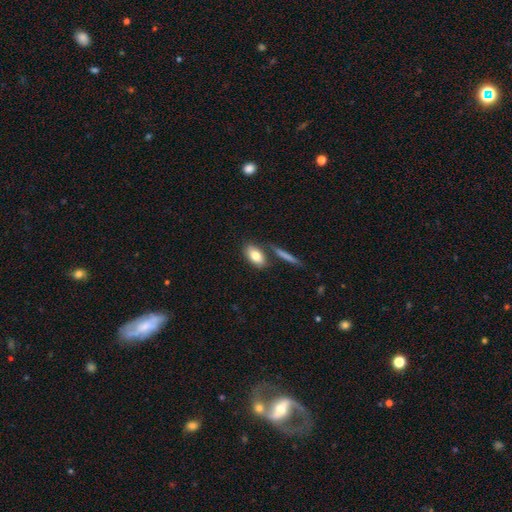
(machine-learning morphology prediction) Smooth or featured: smooth — 79% (featured or disk — 14%)
How rounded: in between — 86% (cigar-shaped — 7%)
Merging: none — 70% (merger — 13%)